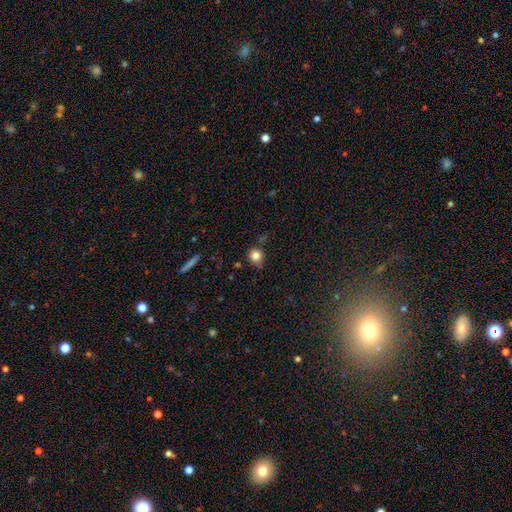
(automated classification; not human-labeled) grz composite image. It shows a smooth galaxy with no disk features (81%) that is round (77%). Merging: none (63%).